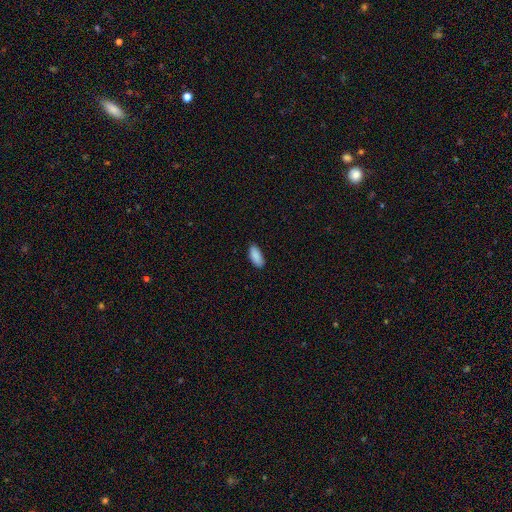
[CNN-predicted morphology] Smooth or featured: smooth — 91% (star or artifact — 6%)
How rounded: in between — 86% (cigar-shaped — 12%)
Merging: none — 87% (minor disturbance — 10%)